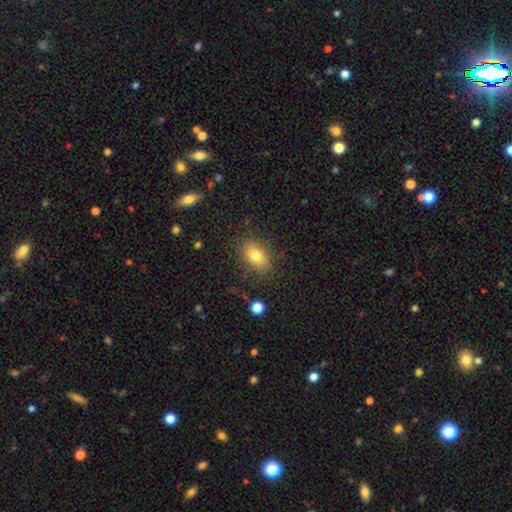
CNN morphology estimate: smooth-or-featured: smooth: 78% | featured or disk: 12% | star or artifact: 10%
  how-rounded: in between: 85% | round: 12% | cigar-shaped: 3%
  merging: none: 84% | minor disturbance: 11% | major disturbance: 3% | merger: 2%